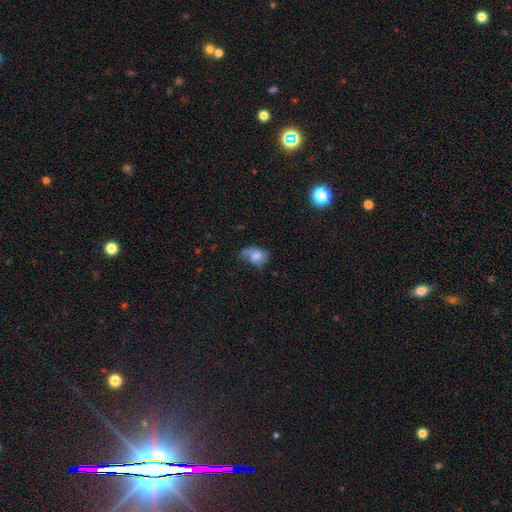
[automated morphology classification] Smooth or featured?
  - smooth: 67% *
  - featured or disk: 23%
  - star or artifact: 10%
How rounded?
  - in between: 77% *
  - round: 21%
  - cigar-shaped: 1%
Merging?
  - minor disturbance: 39% *
  - none: 38%
  - major disturbance: 21%
  - merger: 3%